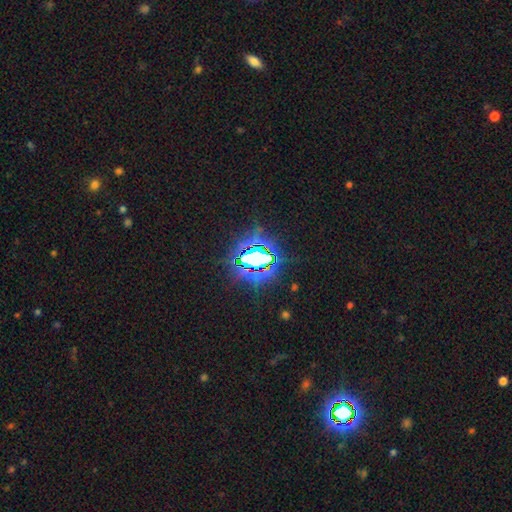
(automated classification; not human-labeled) Overall: star or artifact (77%).